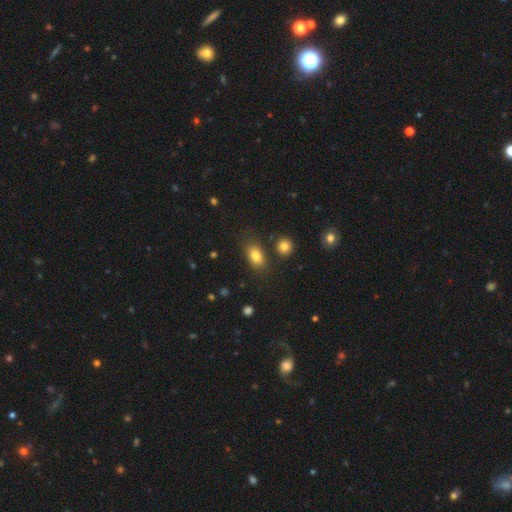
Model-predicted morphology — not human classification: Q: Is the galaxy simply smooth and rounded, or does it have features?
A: smooth — 81%.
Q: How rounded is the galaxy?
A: in between — 84%.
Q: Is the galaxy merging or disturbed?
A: none — 77%.